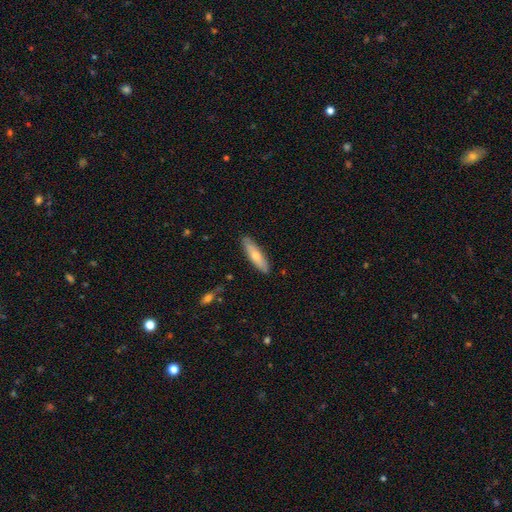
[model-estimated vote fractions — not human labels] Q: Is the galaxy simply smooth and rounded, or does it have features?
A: smooth — 59%.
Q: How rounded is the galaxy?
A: cigar-shaped — 70%.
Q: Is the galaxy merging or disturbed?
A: none — 88%.